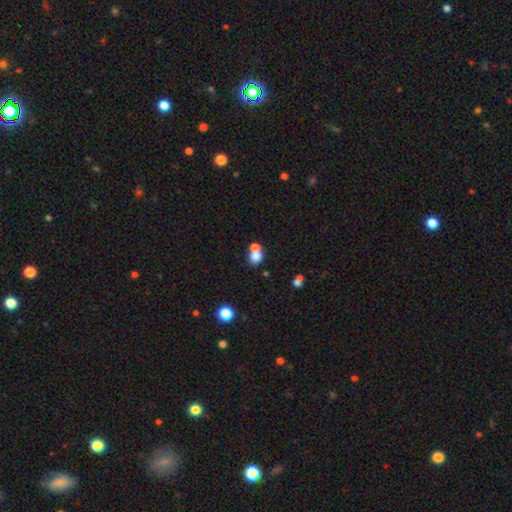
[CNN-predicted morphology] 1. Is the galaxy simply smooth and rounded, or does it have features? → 77% smooth, 12% star or artifact, 11% featured or disk.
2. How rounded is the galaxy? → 68% round, 31% in between, 1% cigar-shaped.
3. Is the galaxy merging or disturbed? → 51% merger, 38% none, 7% minor disturbance, 4% major disturbance.